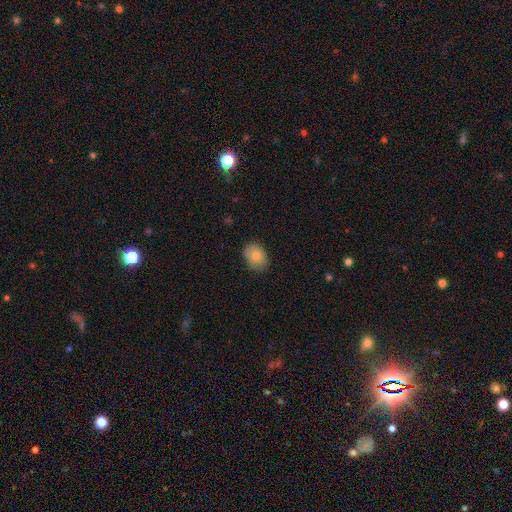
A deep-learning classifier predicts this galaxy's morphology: Smooth or featured? smooth (83%)
How rounded? in between (71%)
Merging? none (81%)